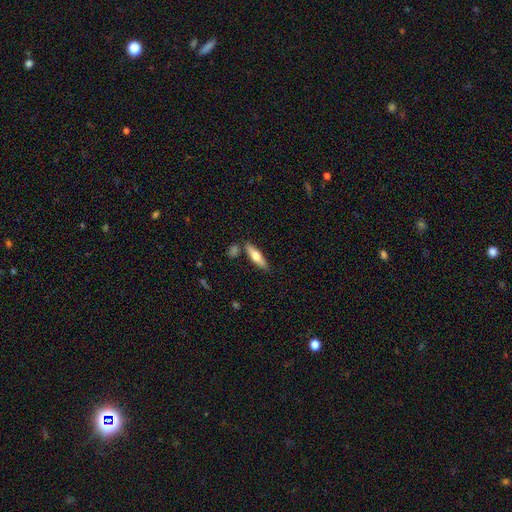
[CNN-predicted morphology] smooth-or-featured: smooth: 59% | featured or disk: 35% | star or artifact: 6%
  how-rounded: cigar-shaped: 61% | in between: 37% | round: 2%
  merging: none: 79% | minor disturbance: 11% | merger: 7% | major disturbance: 3%